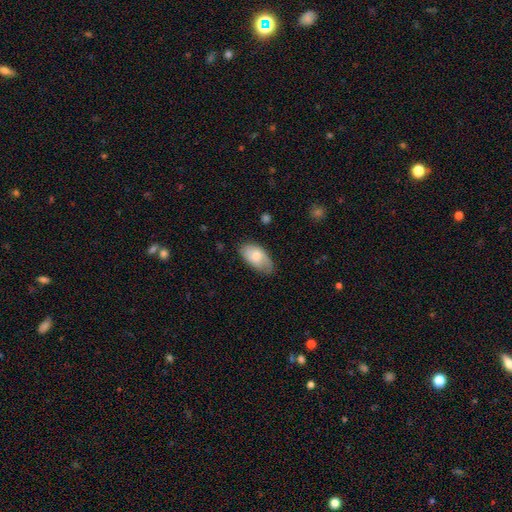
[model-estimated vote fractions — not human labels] Smooth or featured?
  - smooth: 66% *
  - featured or disk: 27%
  - star or artifact: 6%
How rounded?
  - in between: 94% *
  - round: 4%
  - cigar-shaped: 2%
Merging?
  - none: 64% *
  - minor disturbance: 28%
  - major disturbance: 7%
  - merger: 1%